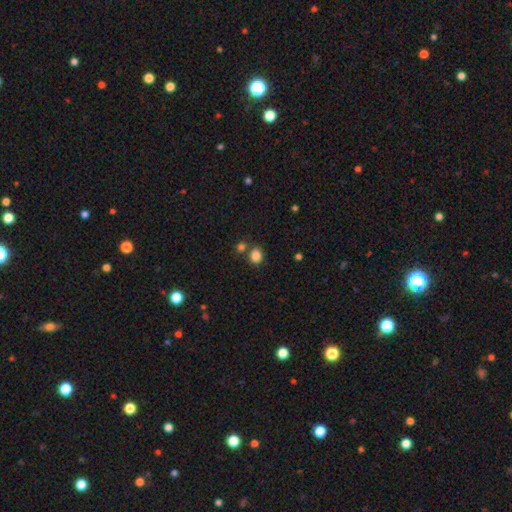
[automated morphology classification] This appears to be a smooth galaxy with no disk features (85%) that is round (68%). Merging: none (71%).